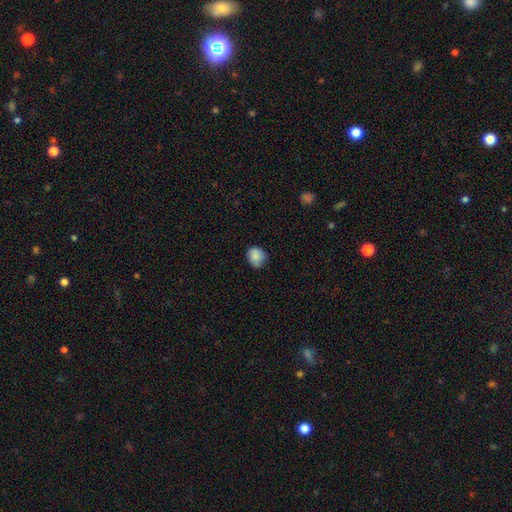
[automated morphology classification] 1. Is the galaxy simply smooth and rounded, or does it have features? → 84% smooth, 8% star or artifact, 7% featured or disk.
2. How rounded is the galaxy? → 74% round, 25% in between, 1% cigar-shaped.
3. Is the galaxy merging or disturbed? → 69% none, 25% minor disturbance, 5% major disturbance, 1% merger.